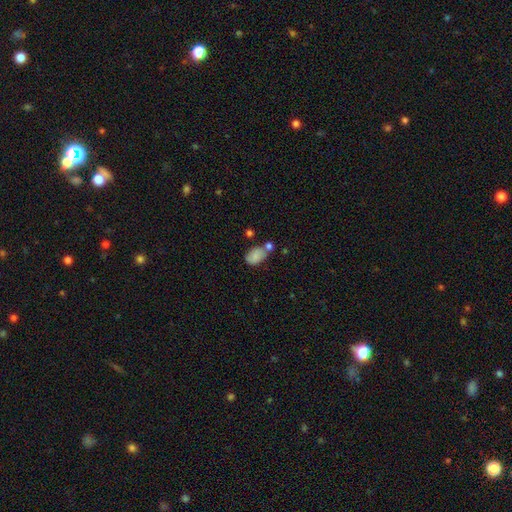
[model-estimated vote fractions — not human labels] Overall: smooth (78%). How rounded: in between (87%). Merging: none (42%; merger 29%).